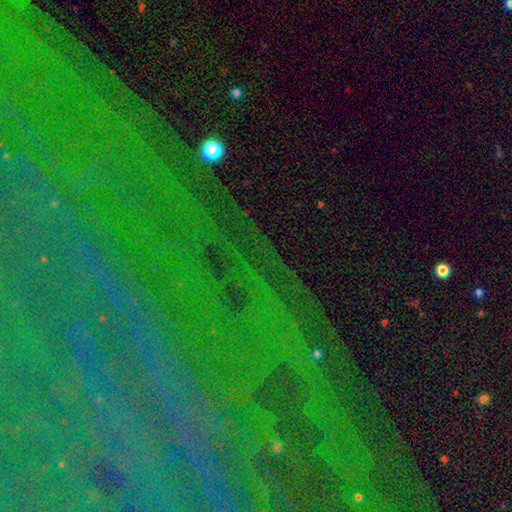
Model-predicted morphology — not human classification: smooth-or-featured: star or artifact: 77% | featured or disk: 13% | smooth: 10%